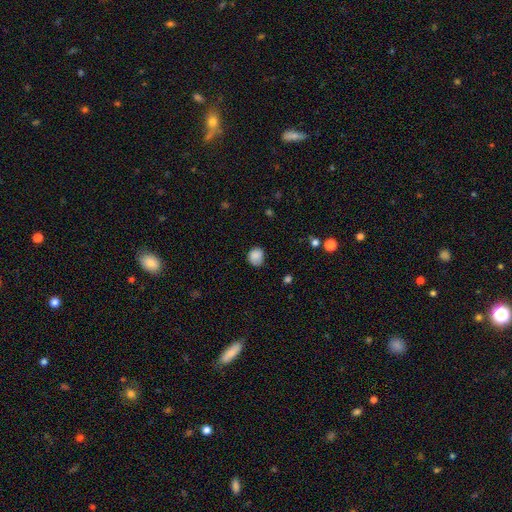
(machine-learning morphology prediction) Smooth or featured? smooth (86%)
How rounded? round (74%)
Merging? none (70%)